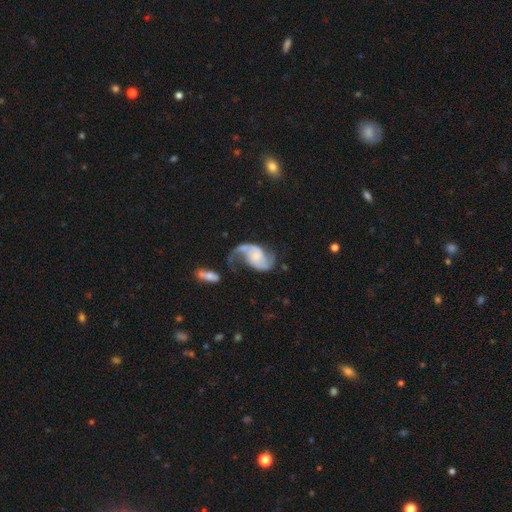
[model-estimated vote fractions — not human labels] Overall: featured or disk (84%). Edge-on disk: no (97%). Bar: no (57%; weak 33%). Spiral arms: yes (94%). Spiral arm count: 2 (86%). Spiral winding: loose (64%; medium 29%). Bulge size: small (45%; moderate 24%). Merging: none (41%; major disturbance 28%).